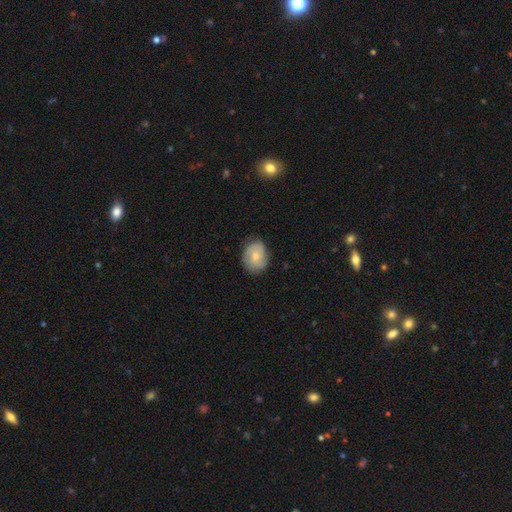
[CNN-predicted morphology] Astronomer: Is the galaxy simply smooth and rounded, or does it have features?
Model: smooth — 59% (runner-up: featured or disk, 34%).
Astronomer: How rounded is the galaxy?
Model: in between — 50% (runner-up: round, 49%).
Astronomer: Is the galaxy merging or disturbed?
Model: none — 78%.